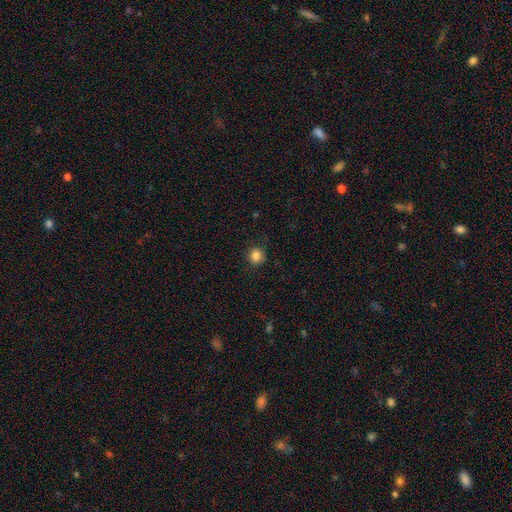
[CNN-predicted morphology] type=smooth (85%); roundness=round (83%); merging=none (86%).